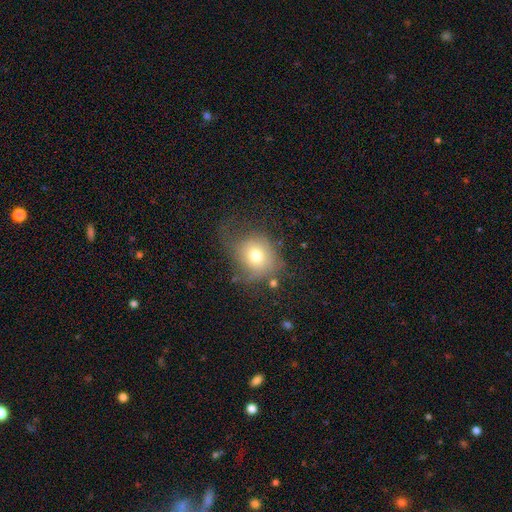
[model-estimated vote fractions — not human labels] A smooth galaxy with no disk features (70%) that is round (70%).

Vote fractions:
- Smooth or featured? smooth: 70% / featured or disk: 18% / star or artifact: 12%
- How rounded? round: 70% / in between: 29% / cigar-shaped: 1%
- Merging? none: 42% / minor disturbance: 28% / major disturbance: 27% / merger: 4%